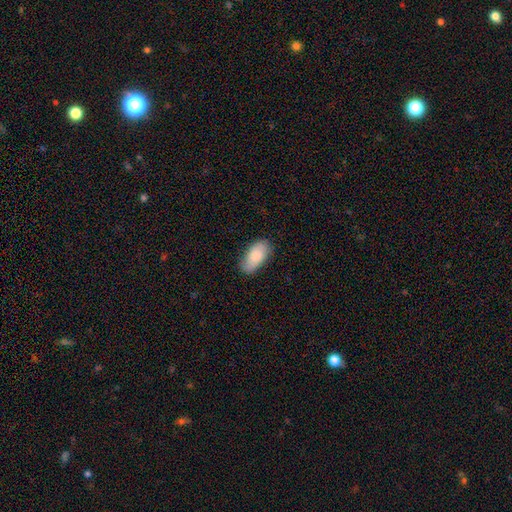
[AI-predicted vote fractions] Morphology: type=smooth (80%); roundness=in between (94%); merging=none (79%).